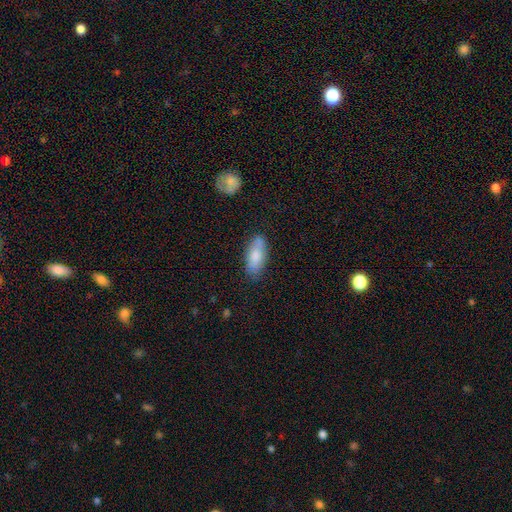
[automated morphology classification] The model was most divided on "merging": none: 76%, minor disturbance: 18%, major disturbance: 3%, merger: 3%. More confident: how rounded — in between (81%); smooth or featured — smooth (79%).